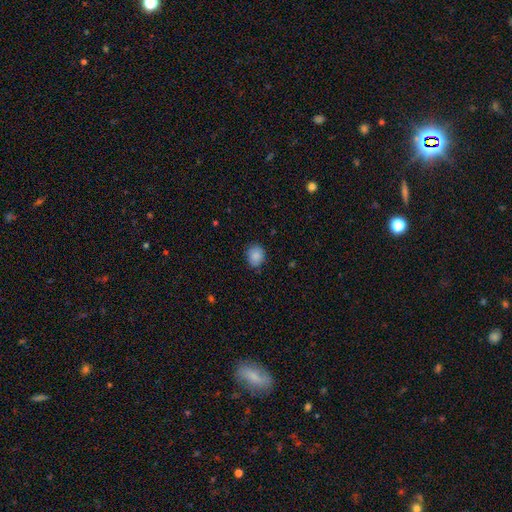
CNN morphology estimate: smooth_or_featured: smooth (p=0.87) [alt: star or artifact p=0.08]
how_rounded: round (p=0.67) [alt: in between p=0.32]
merging: none (p=0.83) [alt: minor disturbance p=0.14]